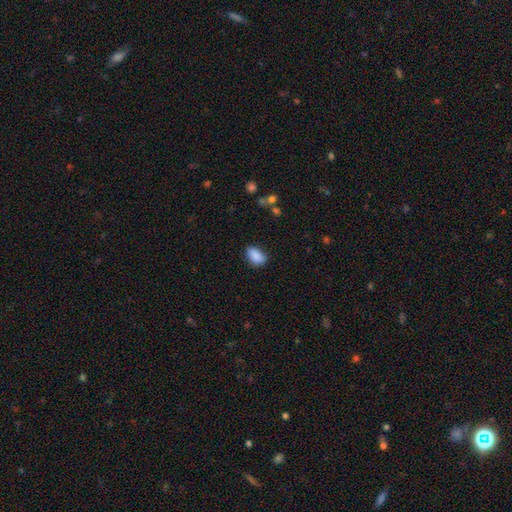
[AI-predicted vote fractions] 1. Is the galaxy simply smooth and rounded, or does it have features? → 88% smooth, 7% star or artifact, 4% featured or disk.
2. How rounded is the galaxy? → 89% in between, 9% round, 2% cigar-shaped.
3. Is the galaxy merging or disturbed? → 76% none, 19% minor disturbance, 4% major disturbance, 2% merger.